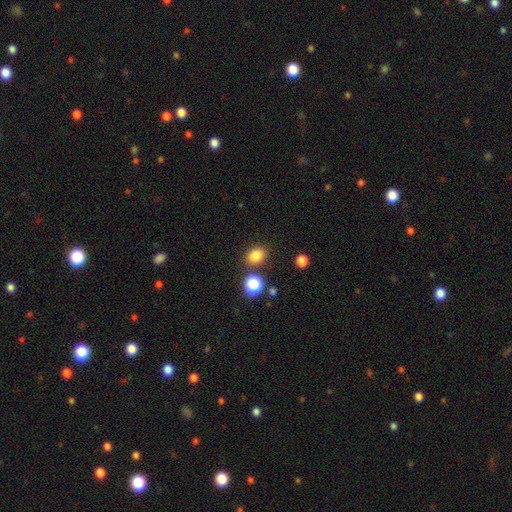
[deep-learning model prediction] smooth-or-featured: smooth: 82% | star or artifact: 13% | featured or disk: 5%
  how-rounded: in between: 52% | round: 47% | cigar-shaped: 1%
  merging: none: 81% | minor disturbance: 9% | merger: 7% | major disturbance: 3%